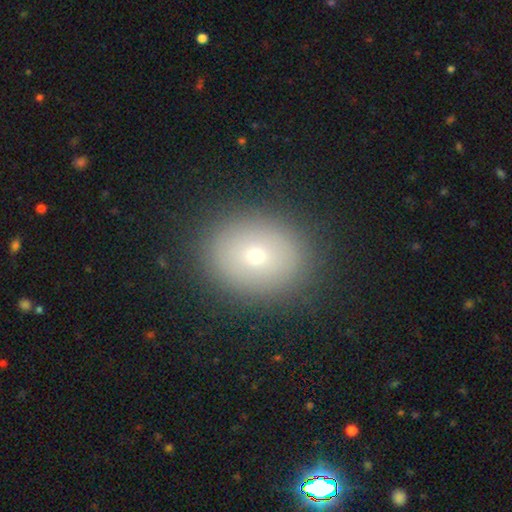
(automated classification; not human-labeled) Smooth or featured? smooth (67%)
How rounded? round (55%)
Merging? none (88%)